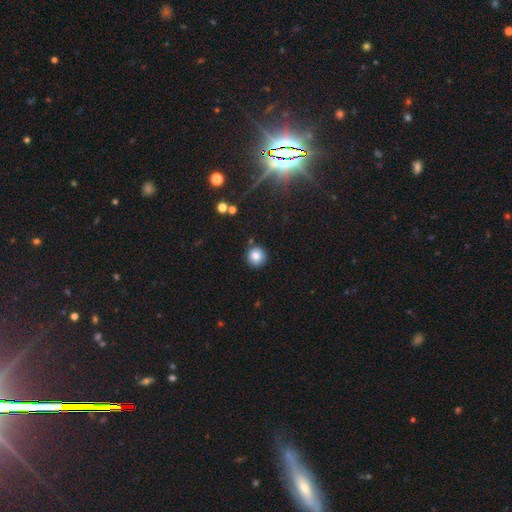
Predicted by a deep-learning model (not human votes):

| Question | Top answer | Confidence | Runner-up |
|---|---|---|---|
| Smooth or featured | smooth | 81% | star or artifact (11%) |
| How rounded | round | 95% | in between (4%) |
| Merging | none | 88% | minor disturbance (7%) |